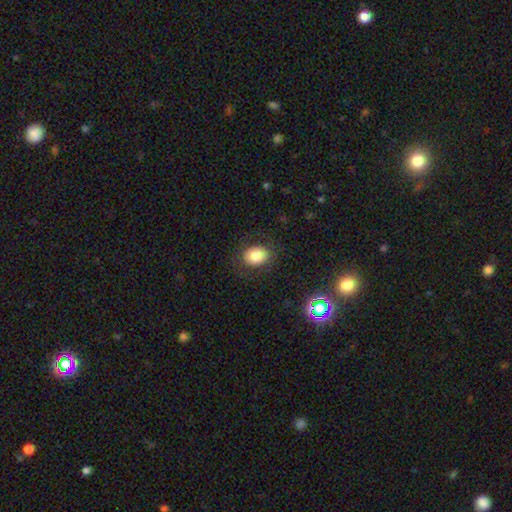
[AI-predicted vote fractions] Overall: smooth (79%). How rounded: in between (56%; round 43%). Merging: none (82%).